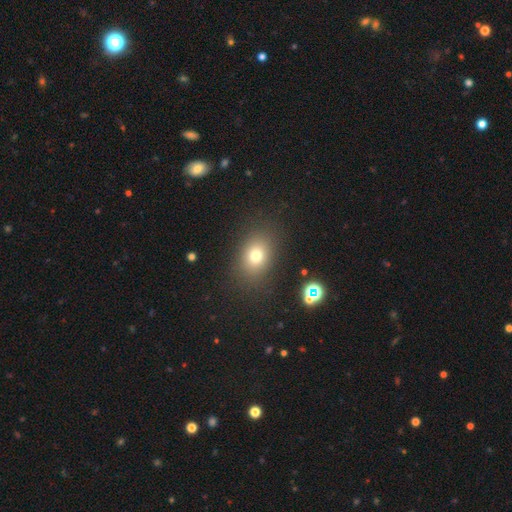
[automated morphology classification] The model was most divided on "how rounded": in between: 63%, round: 35%, cigar-shaped: 1%. More confident: merging — none (84%); smooth or featured — smooth (73%).